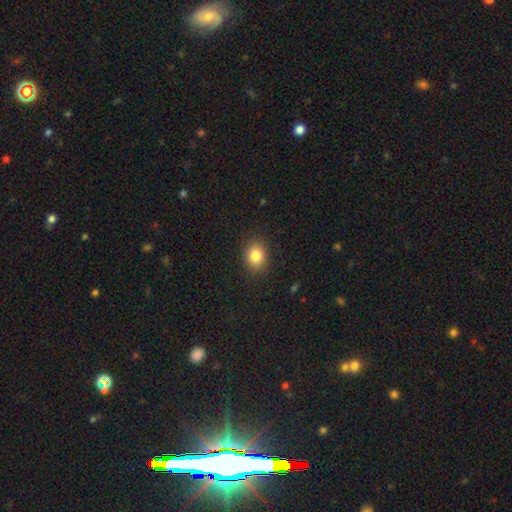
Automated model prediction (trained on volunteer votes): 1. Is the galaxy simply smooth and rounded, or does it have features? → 84% smooth, 10% star or artifact, 6% featured or disk.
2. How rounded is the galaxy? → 52% in between, 47% round, 1% cigar-shaped.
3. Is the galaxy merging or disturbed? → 88% none, 9% minor disturbance, 3% major disturbance, 1% merger.